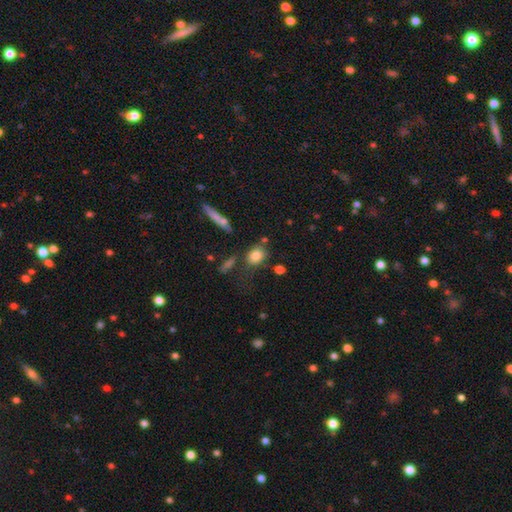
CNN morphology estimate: smooth 81%, featured or disk 10%, star or artifact 9%. Down the decision tree: how rounded — in between (58%); merging — none (66%).